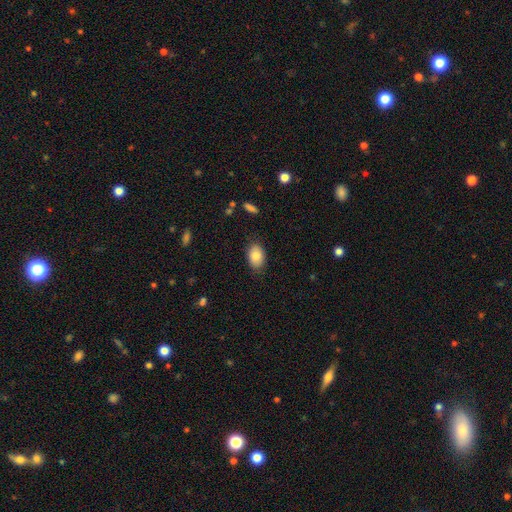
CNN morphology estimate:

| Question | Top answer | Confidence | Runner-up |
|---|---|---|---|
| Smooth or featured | smooth | 83% | featured or disk (9%) |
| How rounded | in between | 87% | round (12%) |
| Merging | none | 84% | minor disturbance (12%) |